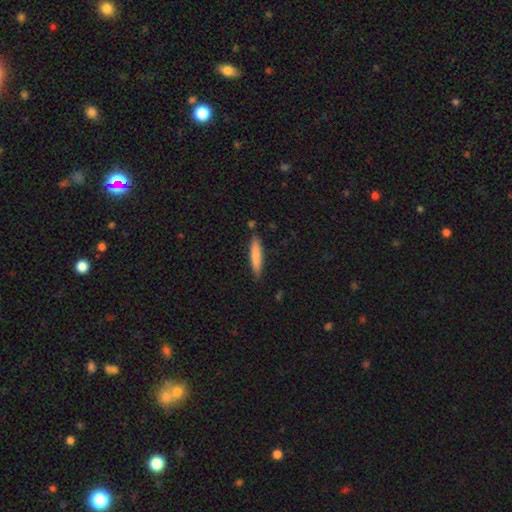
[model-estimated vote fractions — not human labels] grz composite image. It shows a smooth galaxy with no disk features (79%) that is cigar-shaped (89%). Merging: none (84%).